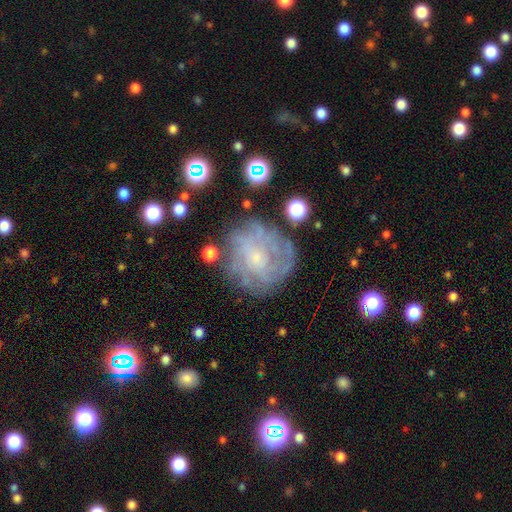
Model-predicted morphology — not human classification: Q: Smooth or featured?
A: featured or disk (67%); runner-up: smooth (22%)
Q: Edge-on disk?
A: no (97%); runner-up: yes (3%)
Q: Bar?
A: no (73%); runner-up: weak (23%)
Q: Spiral arms?
A: yes (73%); runner-up: no (27%)
Q: Bulge size?
A: small (66%); runner-up: moderate (21%)
Q: Merging?
A: none (70%); runner-up: minor disturbance (17%)